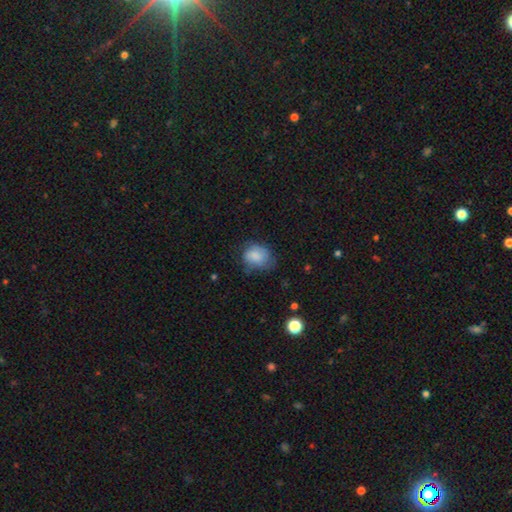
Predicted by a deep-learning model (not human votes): Overall: smooth (80%). How rounded: in between (53%; round 46%). Merging: none (52%; minor disturbance 33%).